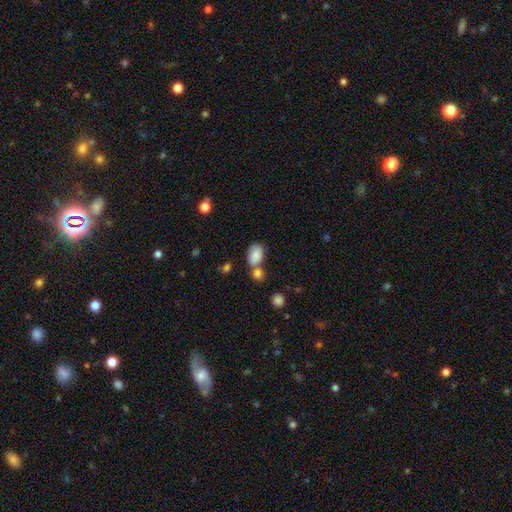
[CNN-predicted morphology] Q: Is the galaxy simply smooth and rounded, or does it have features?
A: smooth — 84%.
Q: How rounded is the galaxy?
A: in between — 88%.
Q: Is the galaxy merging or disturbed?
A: none — 43%.